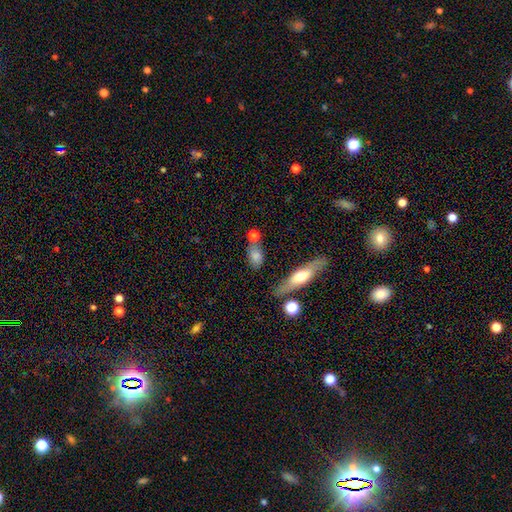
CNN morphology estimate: Smooth or featured? smooth (76%)
How rounded? in between (73%)
Merging? none (62%)